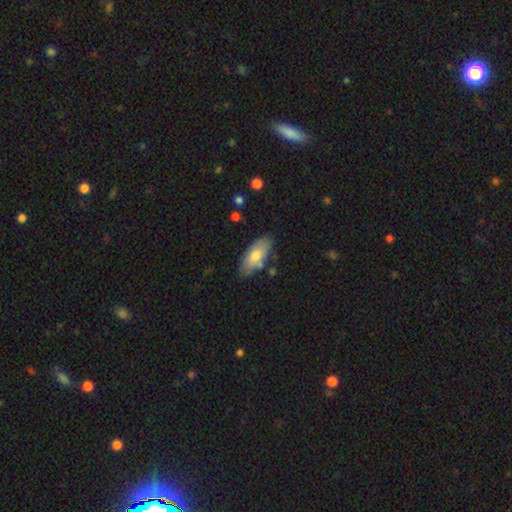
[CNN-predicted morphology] type=smooth (73%); roundness=in between (86%); merging=none (77%).